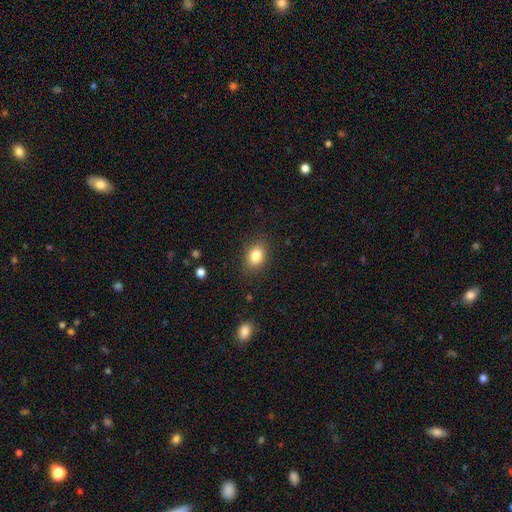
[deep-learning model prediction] Smooth or featured? Predicted: smooth (p=0.83). How rounded? Predicted: in between (p=0.66). Merging? Predicted: none (p=0.86).